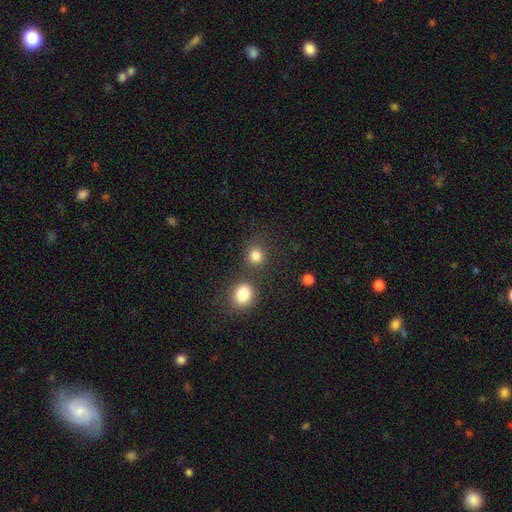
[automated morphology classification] smooth_or_featured: smooth (p=0.83) [alt: star or artifact p=0.12]
how_rounded: round (p=0.83) [alt: in between p=0.16]
merging: none (p=0.68) [alt: merger p=0.19]